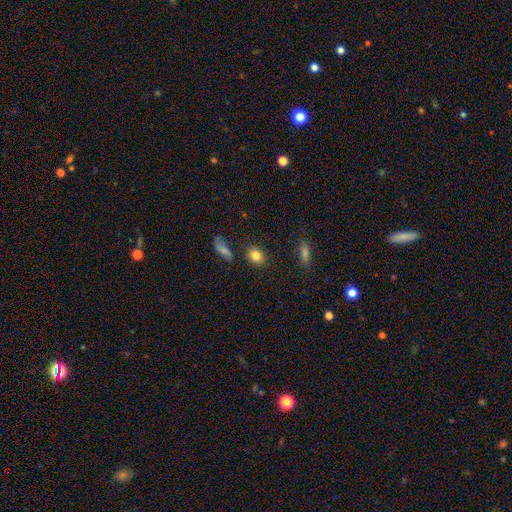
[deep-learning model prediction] Overall: smooth (83%). How rounded: in between (58%; round 40%). Merging: none (84%).